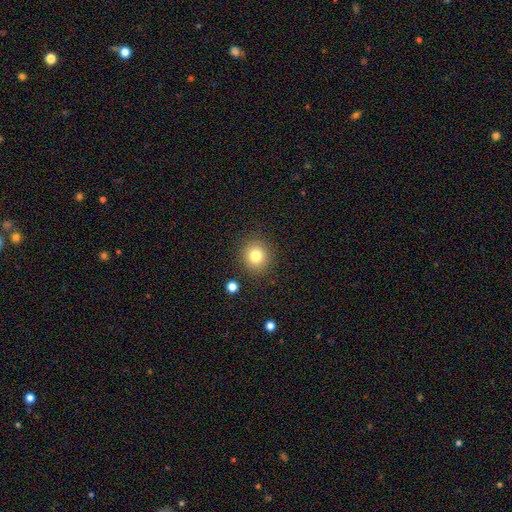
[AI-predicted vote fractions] Smooth or featured? Predicted: smooth (p=0.81). How rounded? Predicted: round (p=0.88). Merging? Predicted: none (p=0.88).